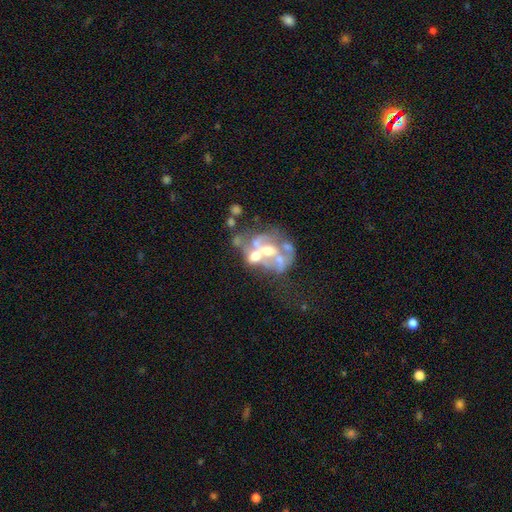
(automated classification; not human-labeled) featured or disk 71%, smooth 16%, star or artifact 13%. Down the decision tree: edge-on disk — no (98%); bar — no (82%); spiral arms — no (80%); bulge size — moderate (52%); merging — merger (48%).